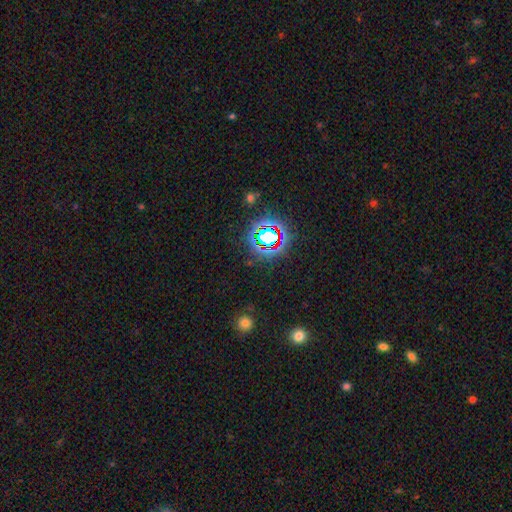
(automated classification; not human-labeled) The model was most divided on "smooth or featured": star or artifact: 74%, smooth: 16%, featured or disk: 10%.